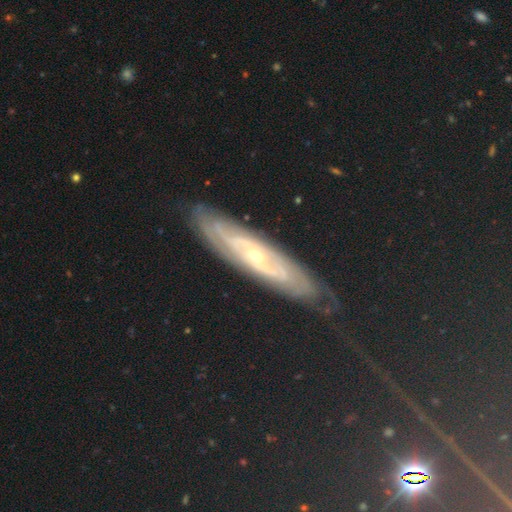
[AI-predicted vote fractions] Smooth or featured? featured or disk (82%)
Edge-on disk? no (71%)
Bar? no (65%)
Spiral arms? yes (87%)
Spiral winding? tight (65%)
Spiral arm count? can't tell (48%)
Bulge size? small (69%)
Merging? none (80%)